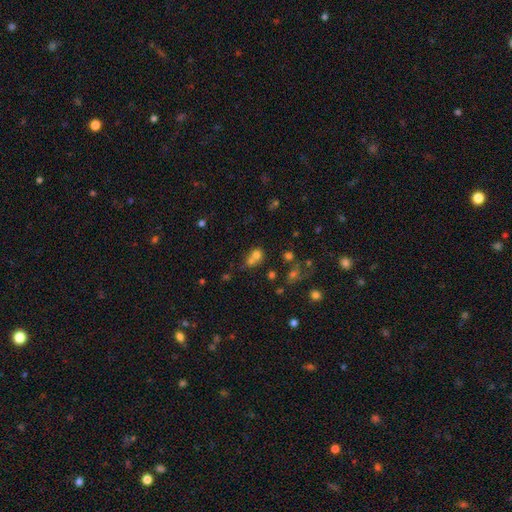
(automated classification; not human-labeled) This appears to be a smooth galaxy with no disk features (67%) that is round (74%). Merging: merger (54%).